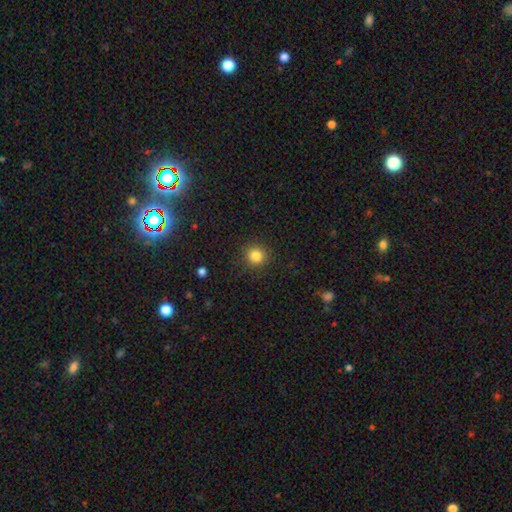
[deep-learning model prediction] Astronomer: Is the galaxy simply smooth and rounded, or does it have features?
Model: smooth — 84%.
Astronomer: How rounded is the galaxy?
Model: round — 92%.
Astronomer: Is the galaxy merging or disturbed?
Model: none — 90%.